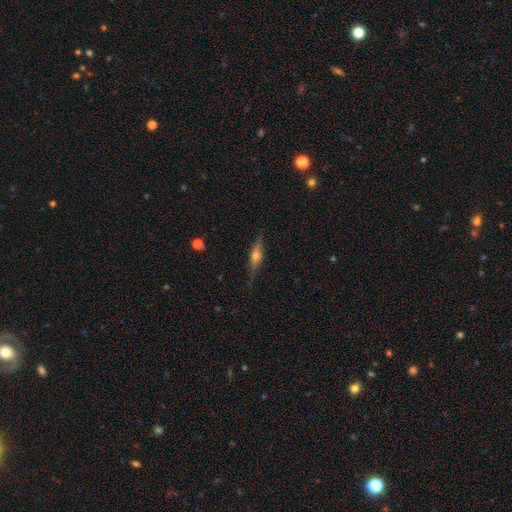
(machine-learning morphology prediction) This appears to be a featured or disk galaxy (60%) viewed edge-on (94%) with a rounded central bulge (86%). Merging: none (80%).